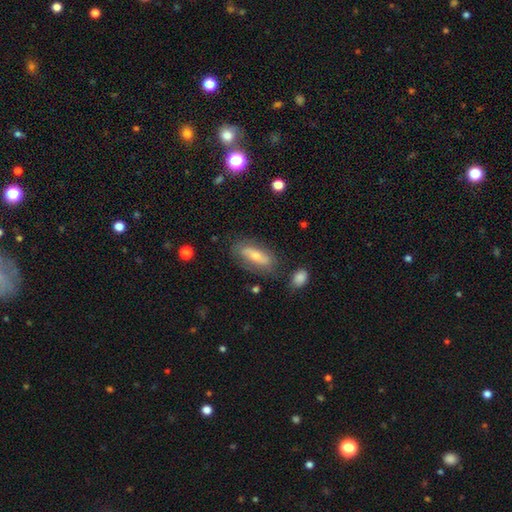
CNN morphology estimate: Smooth or featured? featured or disk (47%)
Merging? none (77%)